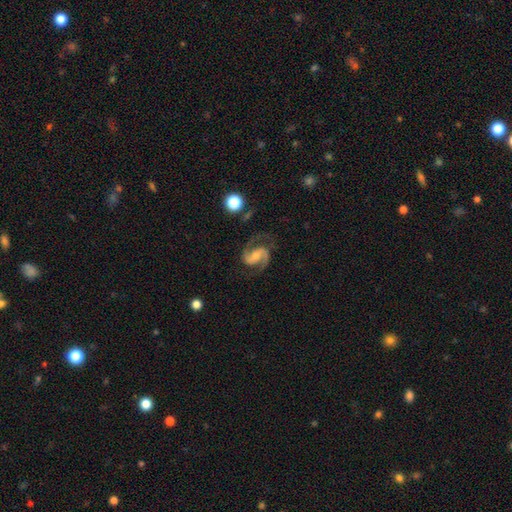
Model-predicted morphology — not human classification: A featured or disk galaxy (91%) with a weak bar (41%), 2 (94%) medium (62%) spiral arms (98%) and a moderate central bulge (43%, tied with small). Merging: none (76%).